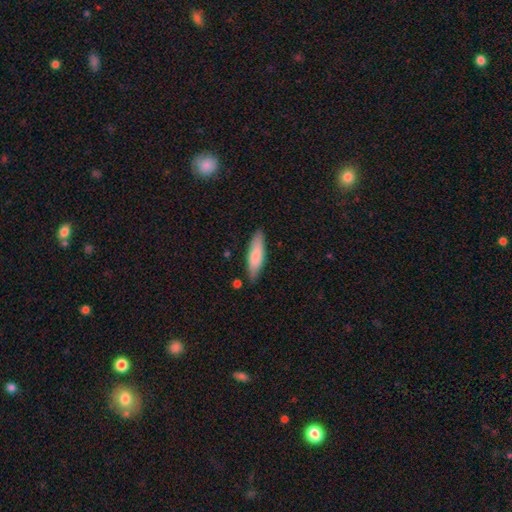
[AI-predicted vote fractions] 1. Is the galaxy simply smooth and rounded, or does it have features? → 77% smooth, 17% featured or disk, 5% star or artifact.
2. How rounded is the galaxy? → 61% cigar-shaped, 37% in between, 1% round.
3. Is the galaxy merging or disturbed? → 80% none, 15% minor disturbance, 3% major disturbance, 2% merger.